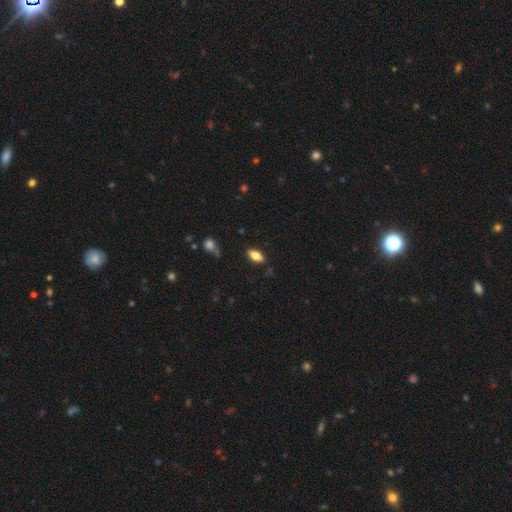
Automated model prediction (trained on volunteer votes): The model was most divided on "smooth or featured": smooth: 79%, featured or disk: 14%, star or artifact: 8%. More confident: how rounded — in between (88%); merging — none (84%).